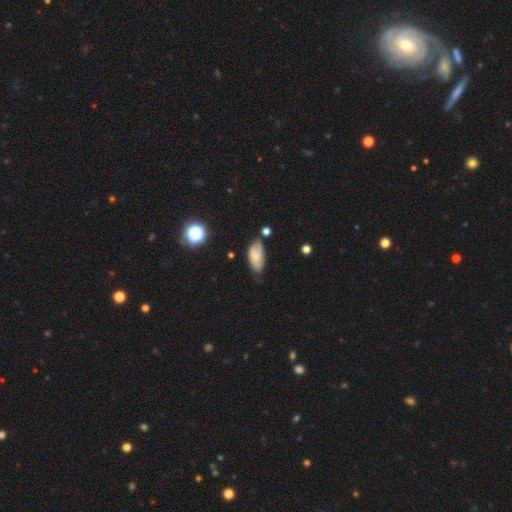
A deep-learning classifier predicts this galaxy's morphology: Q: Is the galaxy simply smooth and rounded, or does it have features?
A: smooth — 64%.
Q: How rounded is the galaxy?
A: in between — 91%.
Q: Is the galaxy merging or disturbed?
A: none — 56%.